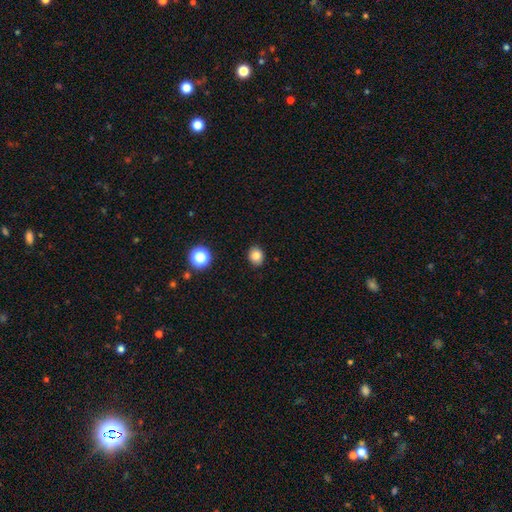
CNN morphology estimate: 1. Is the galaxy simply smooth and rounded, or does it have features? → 82% smooth, 12% star or artifact, 6% featured or disk.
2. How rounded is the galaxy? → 61% round, 39% in between, 1% cigar-shaped.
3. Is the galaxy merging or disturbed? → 90% none, 7% minor disturbance, 2% major disturbance, 1% merger.